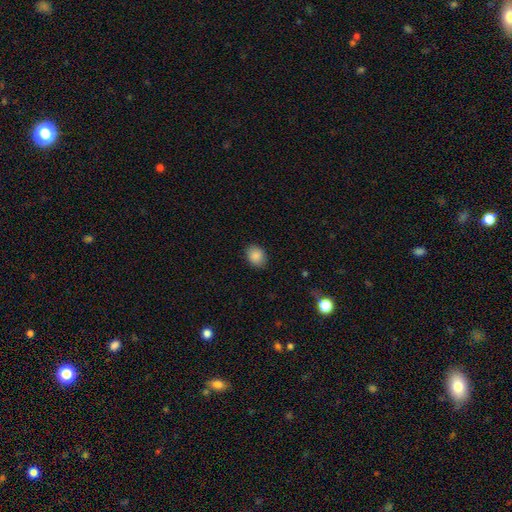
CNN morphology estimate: Smooth or featured? smooth (88%)
How rounded? in between (52%)
Merging? none (87%)